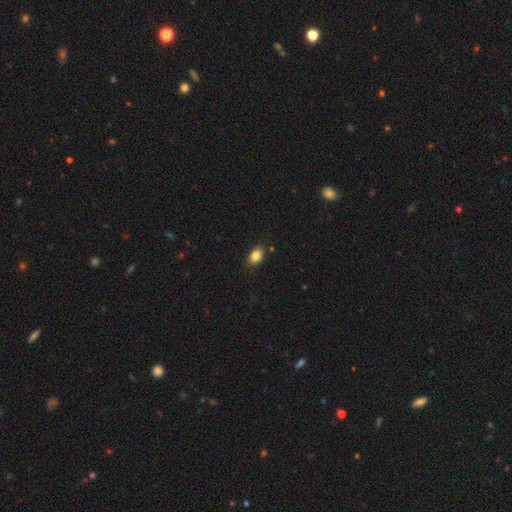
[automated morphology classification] Smooth or featured? Predicted: smooth (p=0.85). How rounded? Predicted: in between (p=0.84). Merging? Predicted: none (p=0.86).